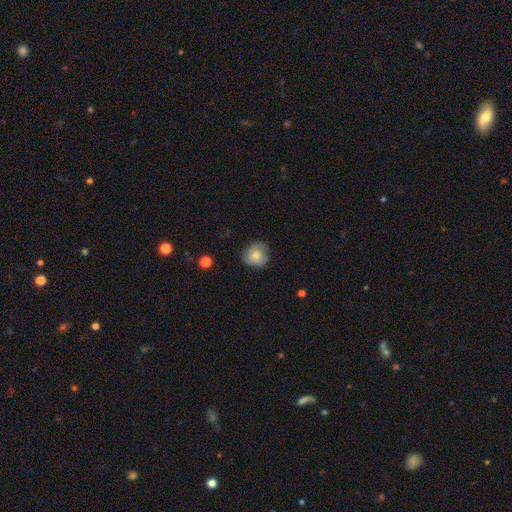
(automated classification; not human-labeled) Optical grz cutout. It shows a smooth galaxy with no disk features (79%) that is round (84%). Merging: none (74%).